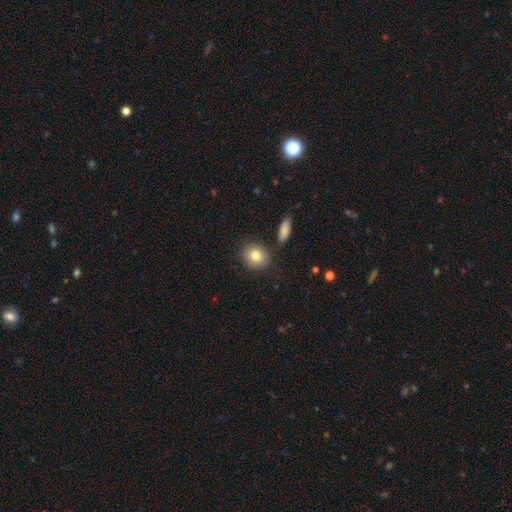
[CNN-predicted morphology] Q: Smooth or featured?
A: smooth (82%); runner-up: featured or disk (9%)
Q: How rounded?
A: round (75%); runner-up: in between (23%)
Q: Merging?
A: none (82%); runner-up: minor disturbance (10%)